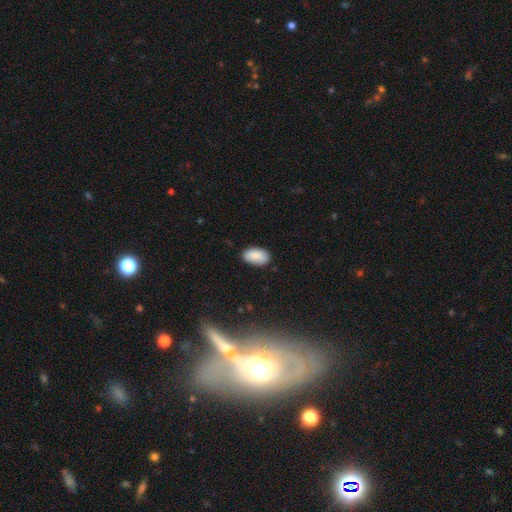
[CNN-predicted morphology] A smooth galaxy with no disk features (87%) that is in between round and cigar-shaped (95%). Merging: none (83%).